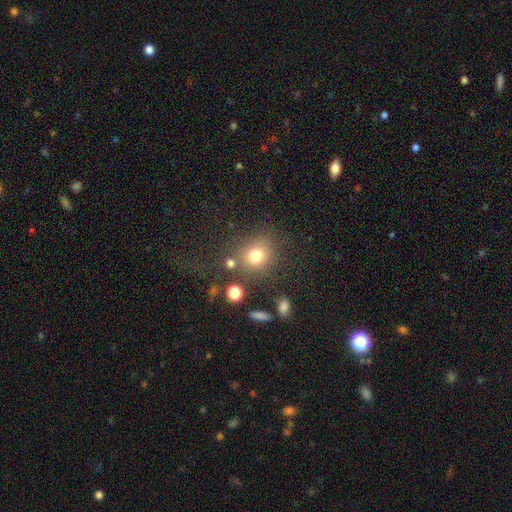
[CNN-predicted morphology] This is likely a smooth galaxy (76%). How rounded: clearly round (80%). Merging: likely none (72%).